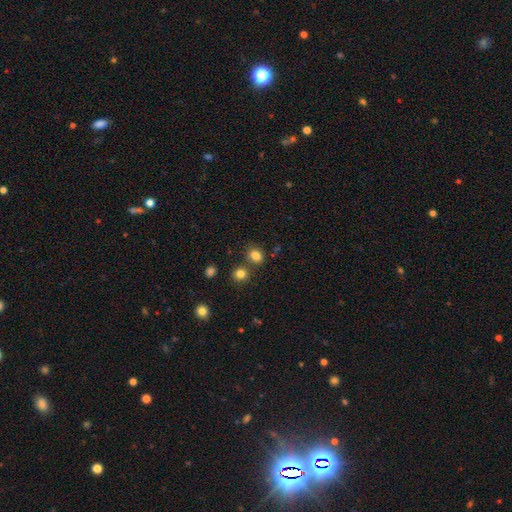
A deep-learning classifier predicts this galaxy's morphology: type=smooth (81%); roundness=round (55%); merging=none (68%).